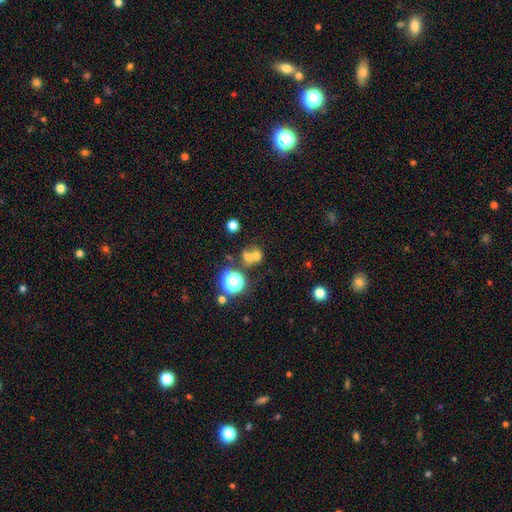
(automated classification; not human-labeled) Smooth or featured? Predicted: smooth (p=0.60). How rounded? Predicted: round (p=0.73). Merging? Predicted: merger (p=0.51).